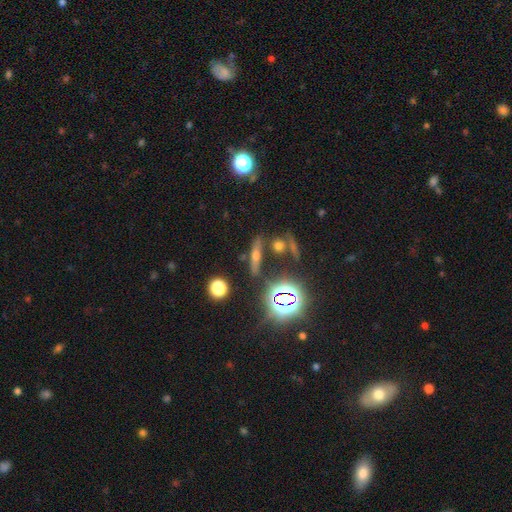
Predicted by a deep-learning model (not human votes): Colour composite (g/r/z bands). It shows a featured or disk galaxy (42%). Merging: none (80%).